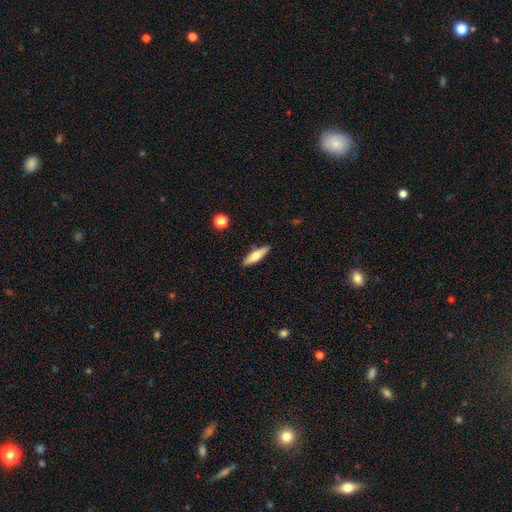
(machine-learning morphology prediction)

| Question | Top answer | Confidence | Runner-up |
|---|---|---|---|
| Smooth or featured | smooth | 60% | featured or disk (33%) |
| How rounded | cigar-shaped | 62% | in between (36%) |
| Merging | none | 88% | minor disturbance (8%) |